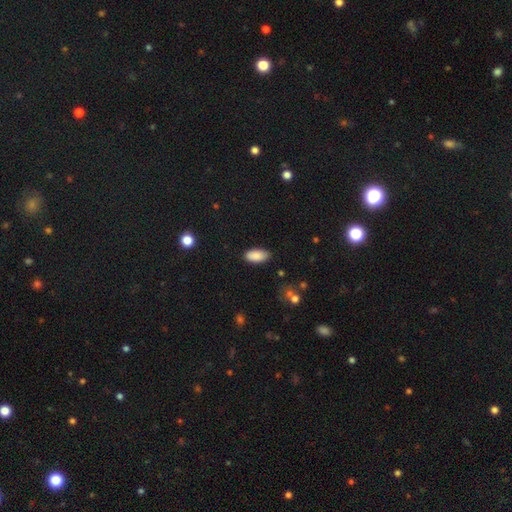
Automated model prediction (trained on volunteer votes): A smooth galaxy with no disk features (89%) that is in between round and cigar-shaped (93%). Merging: none (85%).